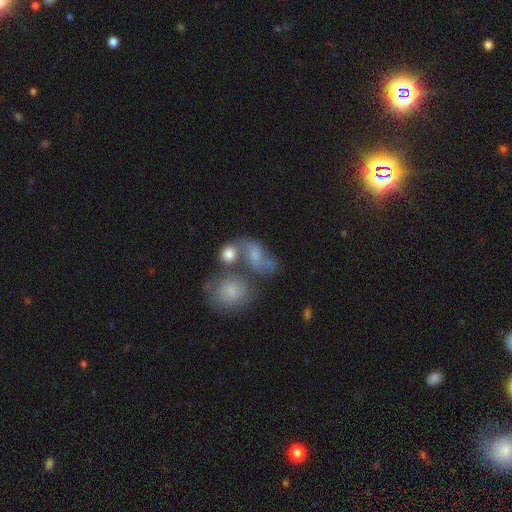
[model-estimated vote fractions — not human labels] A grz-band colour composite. It shows a smooth galaxy with no disk features (50%). Merging: merger (38%).